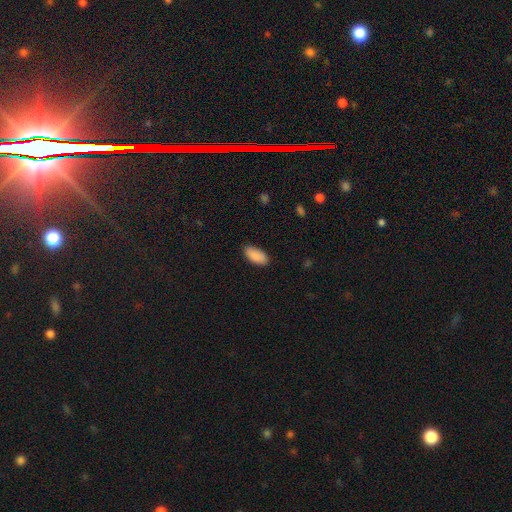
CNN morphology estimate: This appears to be a smooth galaxy with no disk features (90%) that is in between round and cigar-shaped (93%). Merging: none (86%).